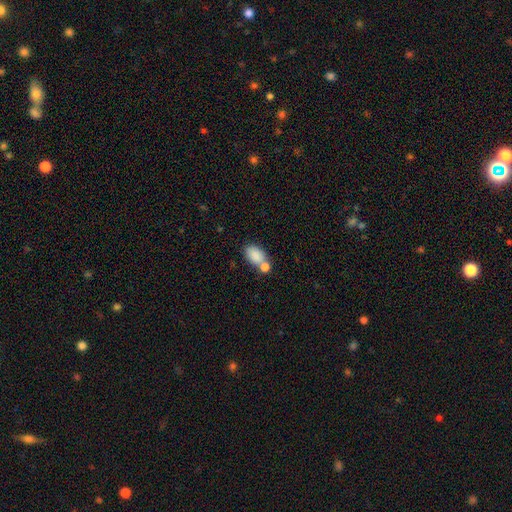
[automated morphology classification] Overall: smooth (84%). How rounded: in between (88%). Merging: none (46%; merger 36%).